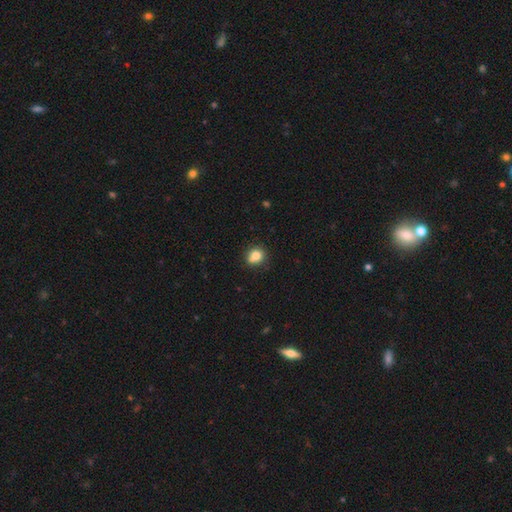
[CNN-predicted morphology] Smooth or featured? Predicted: smooth (p=0.79). How rounded? Predicted: round (p=0.79). Merging? Predicted: none (p=0.64).